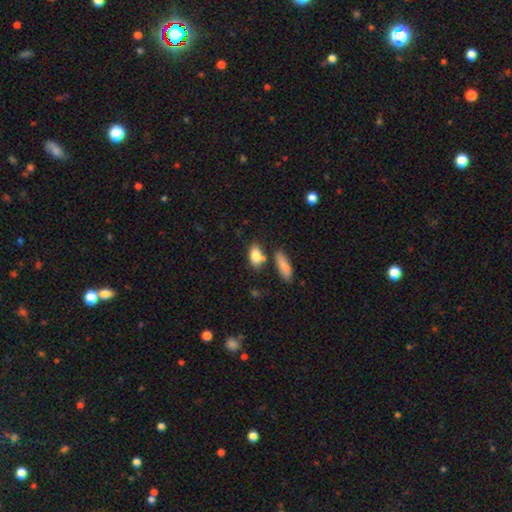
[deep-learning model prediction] smooth 82%, featured or disk 10%, star or artifact 8%. Down the decision tree: how rounded — in between (81%); merging — none (61%).